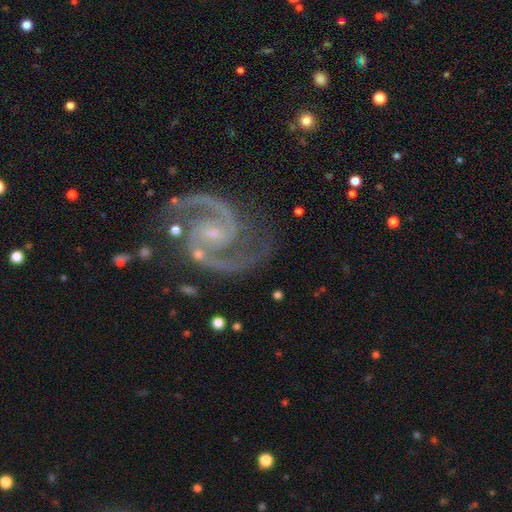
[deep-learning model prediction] A featured or disk galaxy (94%) with no bar (42%), 2 (94%) medium (69%) spiral arms (99%) and a small central bulge (77%).

Vote fractions:
- Smooth or featured? featured or disk: 94% / star or artifact: 4% / smooth: 2%
- Edge-on disk? no: 98% / yes: 2%
- Bar? no: 42% / weak: 40% / strong: 17%
- Spiral arms? yes: 99% / no: 1%
- Spiral winding? medium: 69% / tight: 21% / loose: 11%
- Spiral arm count? 2: 94% / 3: 2% / can't tell: 1% / 1: 1% / 4: 1% / more than 4: 1%
- Bulge size? small: 77% / moderate: 14% / none: 6% / large: 1% / dominant: 1%
- Merging? none: 77% / minor disturbance: 14% / major disturbance: 5% / merger: 3%